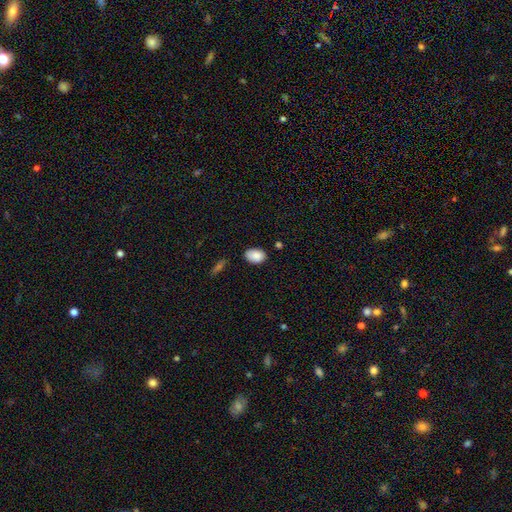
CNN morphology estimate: Smooth or featured? Predicted: smooth (p=0.88). How rounded? Predicted: in between (p=0.87). Merging? Predicted: none (p=0.77).